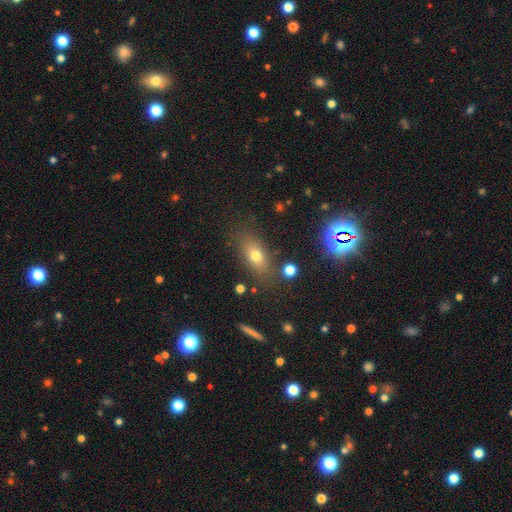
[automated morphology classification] Q: Smooth or featured?
A: smooth (70%); runner-up: featured or disk (16%)
Q: How rounded?
A: in between (72%); runner-up: round (15%)
Q: Merging?
A: none (77%); runner-up: minor disturbance (13%)